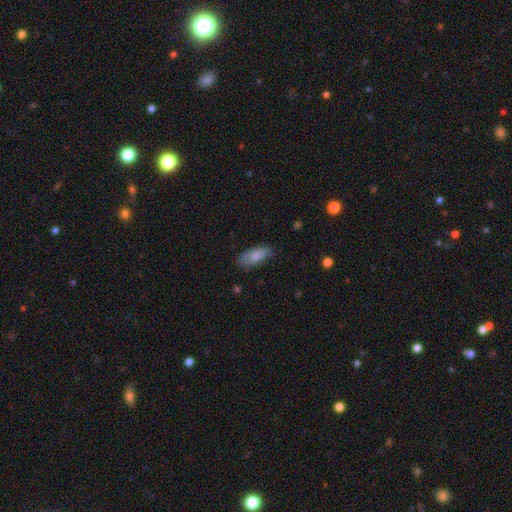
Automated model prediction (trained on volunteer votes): Smooth or featured: smooth — 81% (featured or disk — 12%)
How rounded: in between — 75% (cigar-shaped — 23%)
Merging: none — 72% (minor disturbance — 21%)